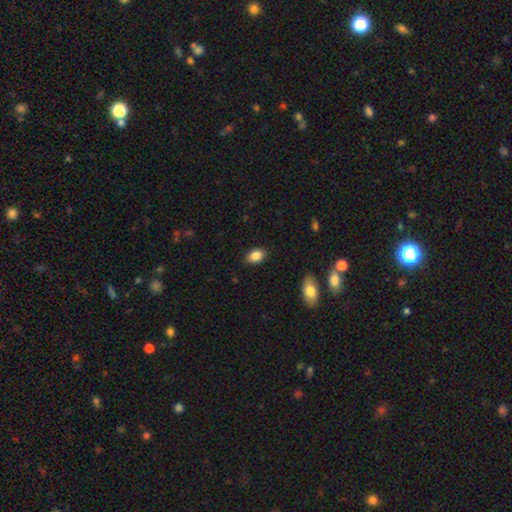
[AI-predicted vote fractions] Smooth or featured: smooth — 87% (star or artifact — 8%)
How rounded: in between — 82% (round — 16%)
Merging: none — 86% (minor disturbance — 11%)